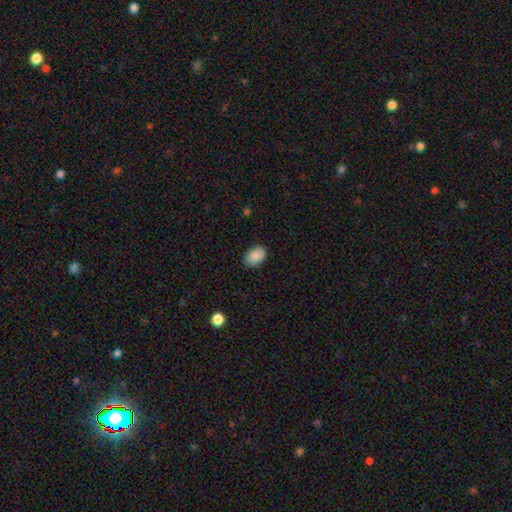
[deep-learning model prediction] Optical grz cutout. It shows a smooth galaxy with no disk features (87%) that is in between round and cigar-shaped (80%). Merging: none (82%).